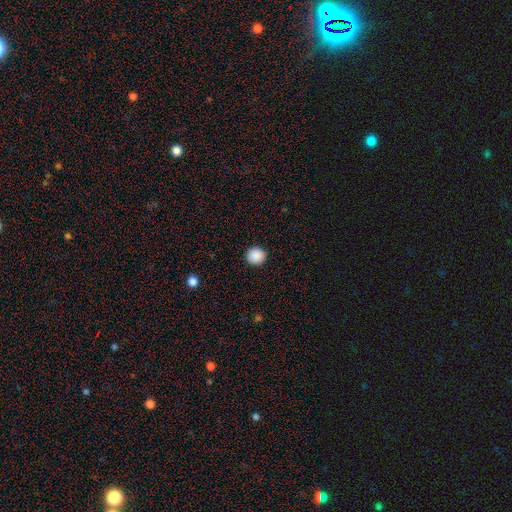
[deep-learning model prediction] Morphology: type=smooth (89%); roundness=round (92%); merging=none (93%).